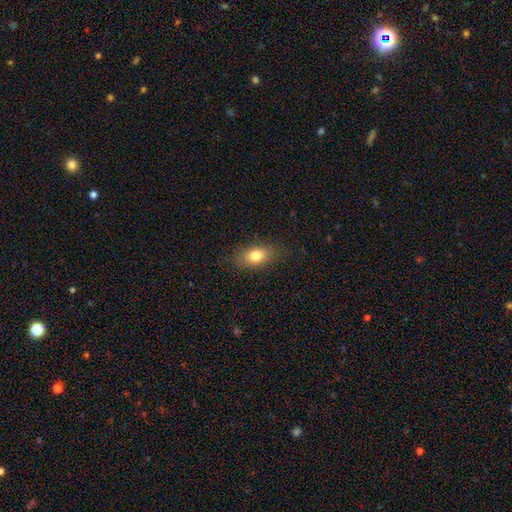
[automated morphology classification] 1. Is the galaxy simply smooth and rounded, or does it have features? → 79% smooth, 12% featured or disk, 9% star or artifact.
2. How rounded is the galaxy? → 83% in between, 14% round, 4% cigar-shaped.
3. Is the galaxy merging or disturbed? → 84% none, 12% minor disturbance, 3% major disturbance, 1% merger.